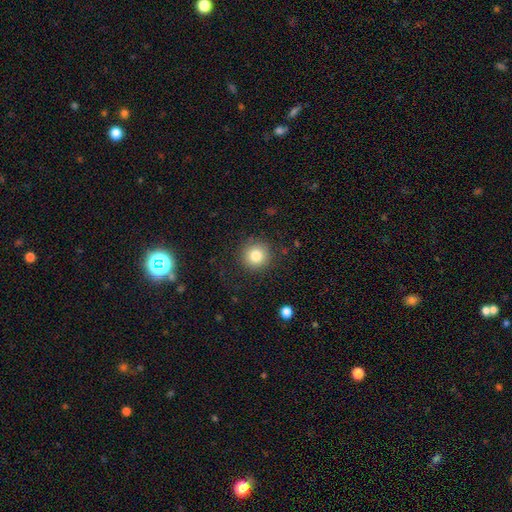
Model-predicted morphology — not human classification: Q: Smooth or featured?
A: smooth (81%); runner-up: star or artifact (11%)
Q: How rounded?
A: round (94%); runner-up: in between (5%)
Q: Merging?
A: none (88%); runner-up: minor disturbance (8%)